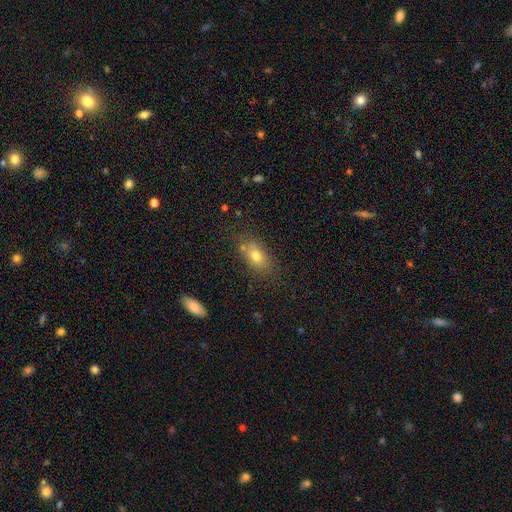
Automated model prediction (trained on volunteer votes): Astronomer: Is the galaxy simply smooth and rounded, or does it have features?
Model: smooth — 74%.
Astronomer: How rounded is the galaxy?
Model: in between — 80%.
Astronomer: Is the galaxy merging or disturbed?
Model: none — 72%.